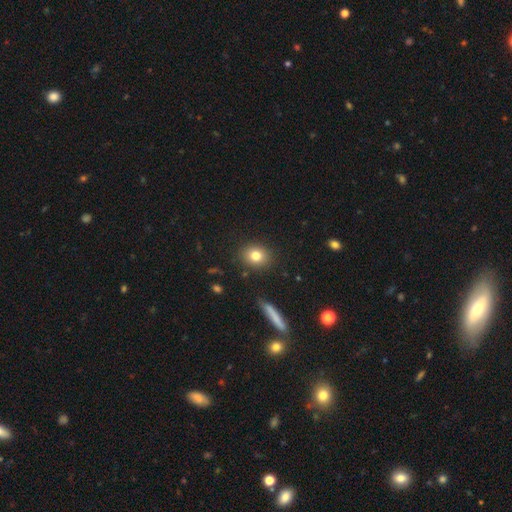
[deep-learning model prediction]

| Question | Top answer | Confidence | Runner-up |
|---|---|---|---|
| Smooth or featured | smooth | 80% | star or artifact (10%) |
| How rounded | round | 64% | in between (34%) |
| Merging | none | 88% | minor disturbance (8%) |